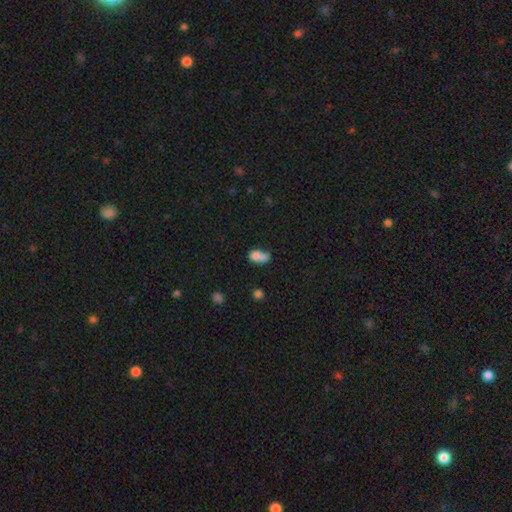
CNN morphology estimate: This appears to be a smooth galaxy with no disk features (74%) that is in between round and cigar-shaped (72%). Merging: merger (50%).